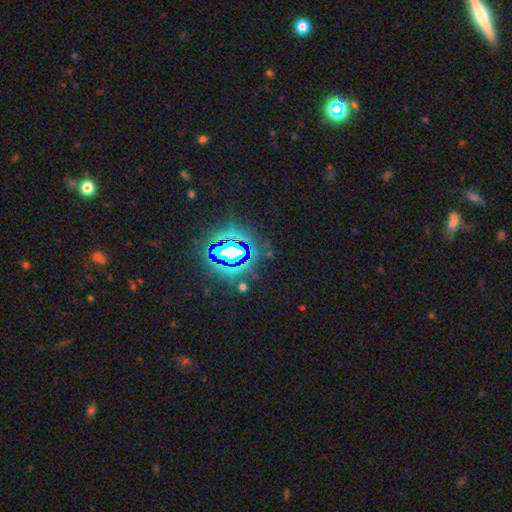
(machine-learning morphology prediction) star or artifact 80%, smooth 11%, featured or disk 9%.